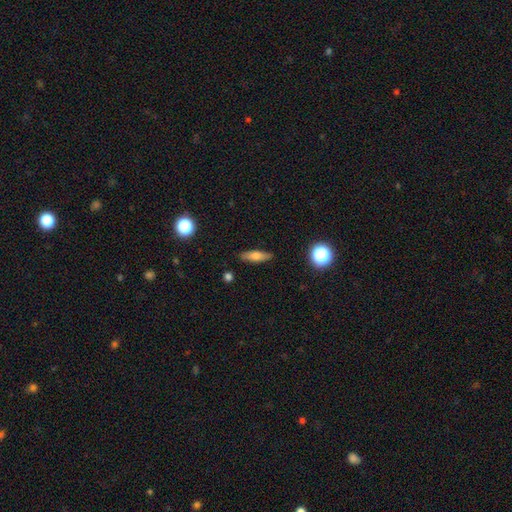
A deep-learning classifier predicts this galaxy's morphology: smooth_or_featured: smooth (p=0.65) [alt: featured or disk p=0.27]
how_rounded: cigar-shaped (p=0.54) [alt: in between p=0.43]
merging: none (p=0.86) [alt: minor disturbance p=0.10]